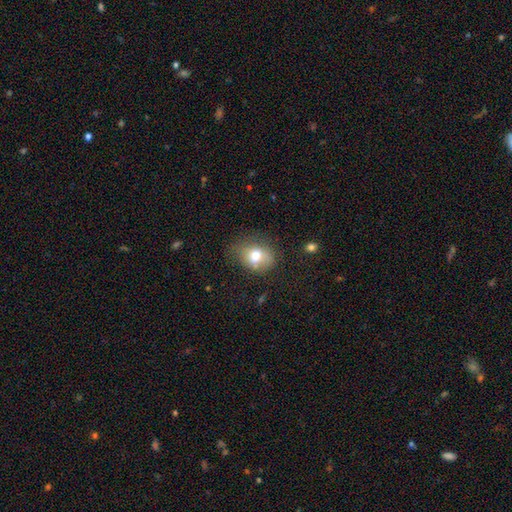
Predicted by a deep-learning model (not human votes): Smooth or featured: smooth — 73% (featured or disk — 18%)
How rounded: in between — 57% (round — 41%)
Merging: none — 47% (minor disturbance — 34%)